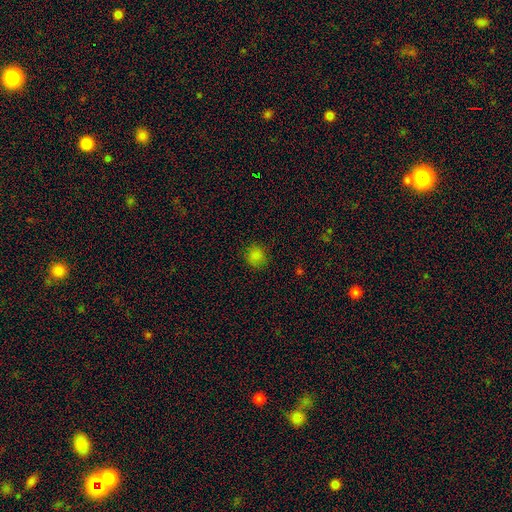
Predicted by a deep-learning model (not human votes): Q: Smooth or featured?
A: smooth (83%); runner-up: star or artifact (14%)
Q: How rounded?
A: round (90%); runner-up: in between (9%)
Q: Merging?
A: none (87%); runner-up: minor disturbance (9%)